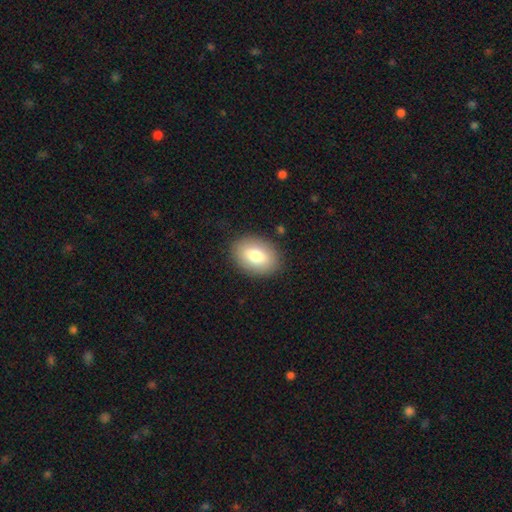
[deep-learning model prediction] smooth 79%, featured or disk 14%, star or artifact 7%. Down the decision tree: how rounded — in between (84%); merging — none (87%).